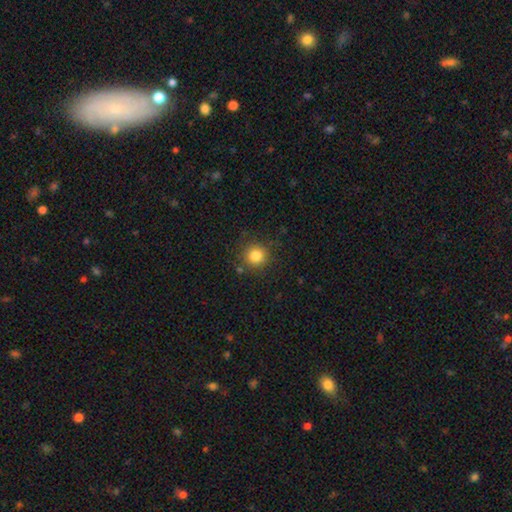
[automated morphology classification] A smooth galaxy with no disk features (82%) that is round (93%).

Vote fractions:
- Smooth or featured? smooth: 82% / star or artifact: 12% / featured or disk: 6%
- How rounded? round: 93% / in between: 6% / cigar-shaped: 1%
- Merging? none: 85% / minor disturbance: 9% / major disturbance: 3% / merger: 3%